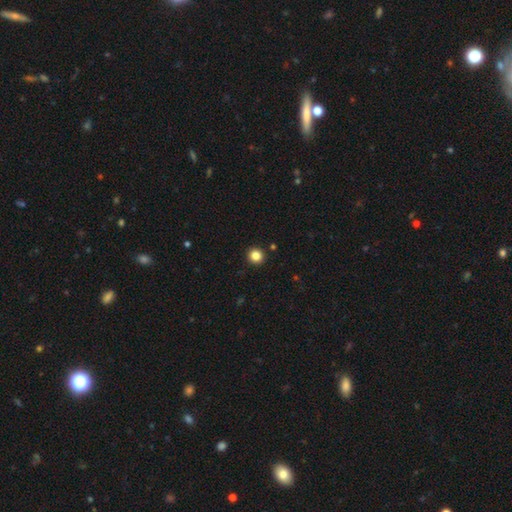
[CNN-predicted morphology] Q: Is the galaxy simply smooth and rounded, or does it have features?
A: smooth — 85%.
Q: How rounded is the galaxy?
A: round — 94%.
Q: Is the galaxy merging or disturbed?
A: none — 93%.